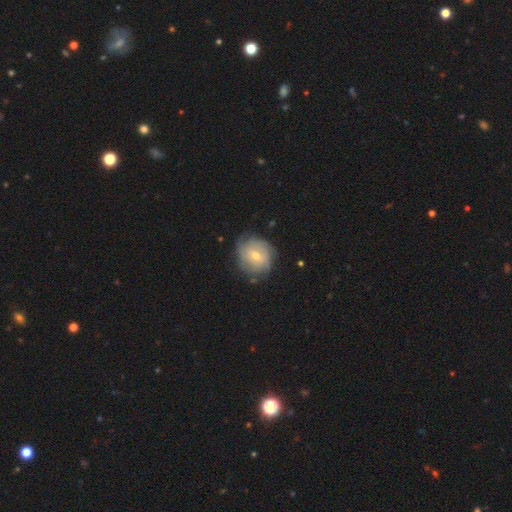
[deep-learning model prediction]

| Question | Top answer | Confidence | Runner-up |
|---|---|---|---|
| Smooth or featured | featured or disk | 59% | smooth (34%) |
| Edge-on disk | no | 97% | yes (3%) |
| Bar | no | 49% | weak (43%) |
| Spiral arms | yes | 76% | no (24%) |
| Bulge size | moderate | 52% | small (44%) |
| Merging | none | 70% | minor disturbance (21%) |